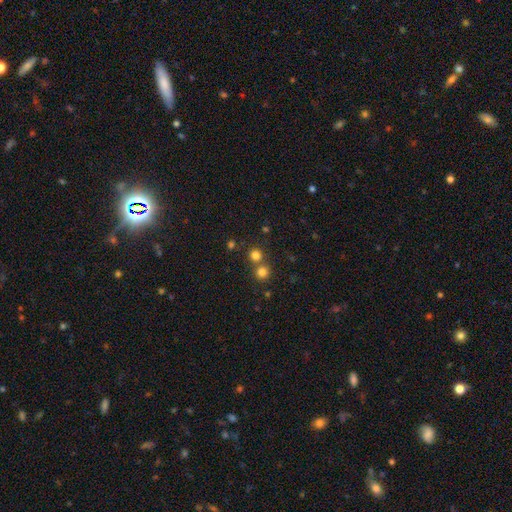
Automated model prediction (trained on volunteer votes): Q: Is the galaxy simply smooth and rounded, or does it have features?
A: smooth — 77%.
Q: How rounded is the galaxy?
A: round — 92%.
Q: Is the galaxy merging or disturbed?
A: none — 65%.